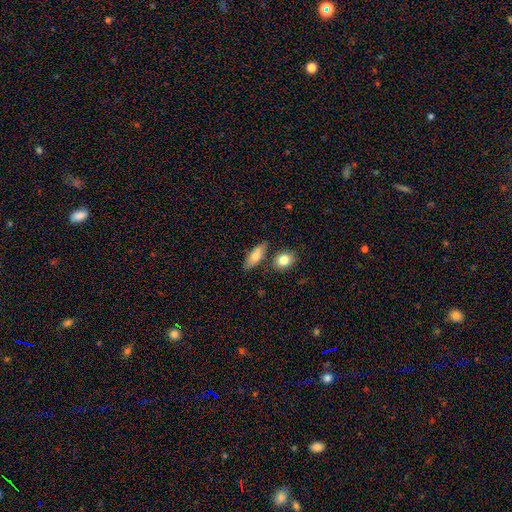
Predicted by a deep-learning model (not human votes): Smooth or featured? smooth (71%)
How rounded? in between (67%)
Merging? none (66%)